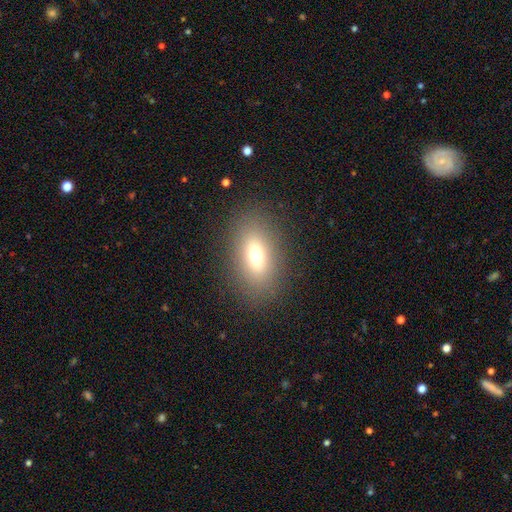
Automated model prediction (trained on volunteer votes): A smooth galaxy with no disk features (69%) that is in between round and cigar-shaped (82%). Merging: none (85%).